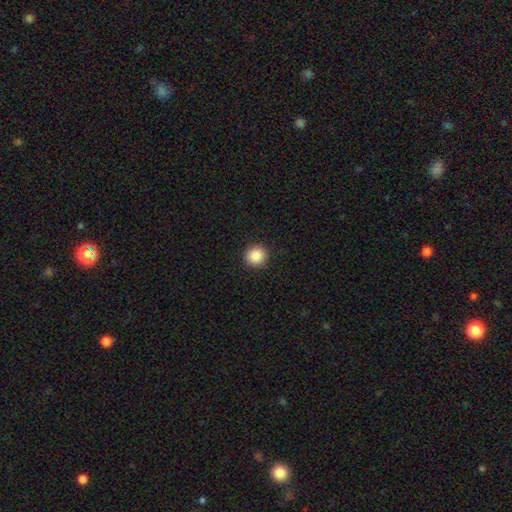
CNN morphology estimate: Smooth or featured? Predicted: smooth (p=0.88). How rounded? Predicted: round (p=0.92). Merging? Predicted: none (p=0.92).